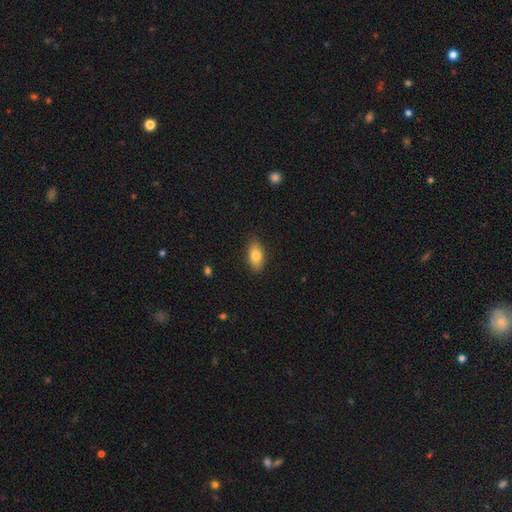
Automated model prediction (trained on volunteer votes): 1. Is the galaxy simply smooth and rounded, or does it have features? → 80% smooth, 13% featured or disk, 7% star or artifact.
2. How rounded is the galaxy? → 89% in between, 6% cigar-shaped, 5% round.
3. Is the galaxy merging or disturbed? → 86% none, 11% minor disturbance, 2% major disturbance, 1% merger.